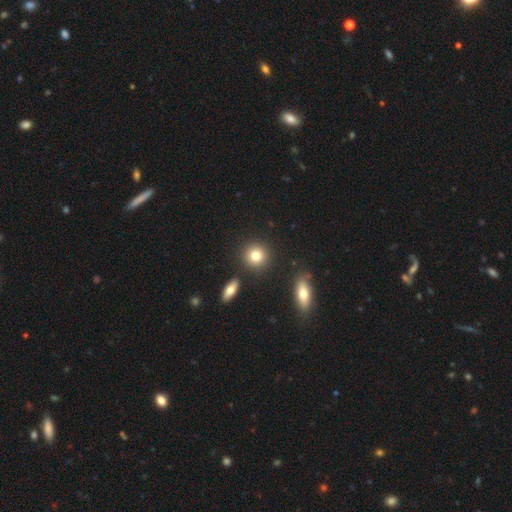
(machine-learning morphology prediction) A smooth galaxy with no disk features (82%) that is round (88%).

Vote fractions:
- Smooth or featured? smooth: 82% / star or artifact: 10% / featured or disk: 8%
- How rounded? round: 88% / in between: 11% / cigar-shaped: 1%
- Merging? none: 86% / minor disturbance: 7% / merger: 5% / major disturbance: 2%